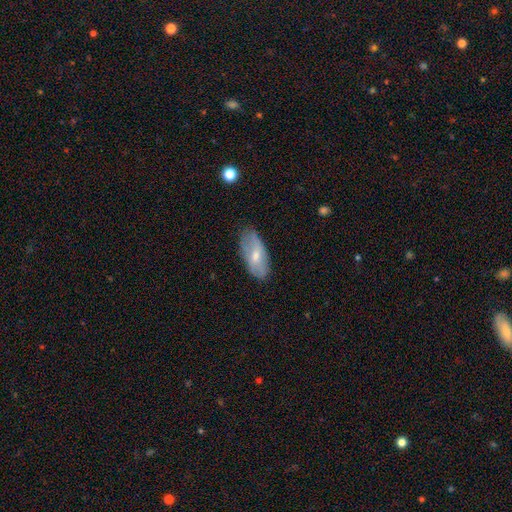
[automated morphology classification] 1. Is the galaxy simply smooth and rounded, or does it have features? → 51% smooth, 42% featured or disk, 7% star or artifact.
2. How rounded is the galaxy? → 87% in between, 10% cigar-shaped, 3% round.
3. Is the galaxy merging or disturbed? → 74% none, 20% minor disturbance, 4% major disturbance, 1% merger.